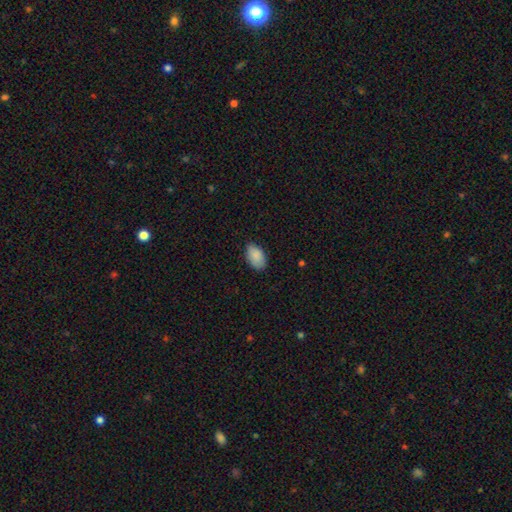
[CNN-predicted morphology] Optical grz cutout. It shows a smooth galaxy with no disk features (88%) that is in between round and cigar-shaped (92%). Merging: none (79%).